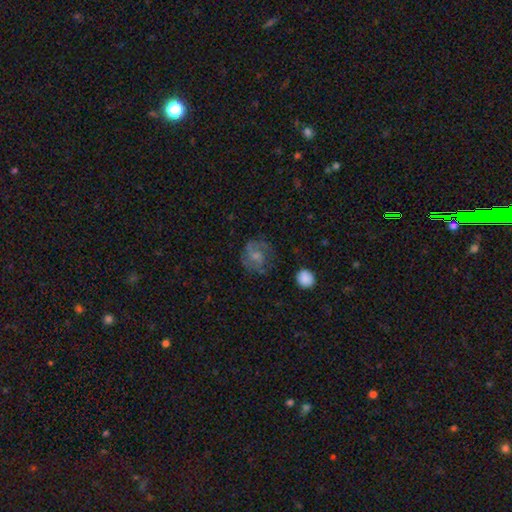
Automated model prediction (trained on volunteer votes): Smooth or featured: featured or disk — 52% (smooth — 39%)
Edge-on disk: no — 97% (yes — 3%)
Bar: no — 58% (weak — 35%)
Spiral arms: yes — 82% (no — 18%)
Bulge size: small — 46% (moderate — 33%)
Merging: none — 64% (minor disturbance — 21%)